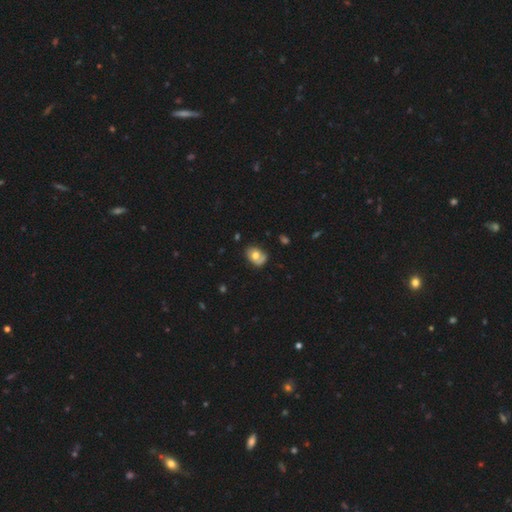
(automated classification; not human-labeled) The model was most divided on "how rounded": in between: 59%, round: 40%, cigar-shaped: 1%. More confident: smooth or featured — smooth (60%); merging — none (53%).